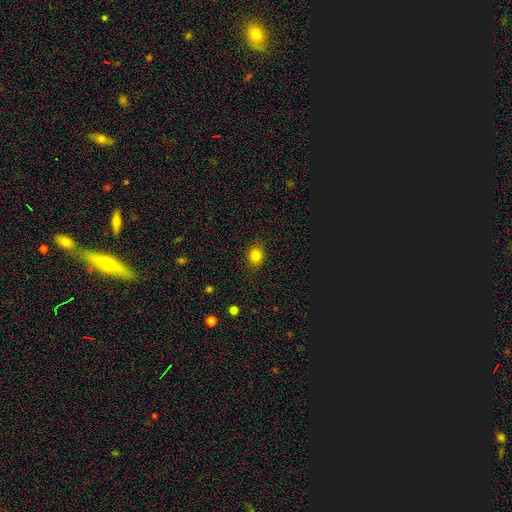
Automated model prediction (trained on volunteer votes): A smooth galaxy with no disk features (82%) that is round (51%).

Vote fractions:
- Smooth or featured? smooth: 82% / star or artifact: 12% / featured or disk: 6%
- How rounded? round: 51% / in between: 48% / cigar-shaped: 1%
- Merging? none: 85% / minor disturbance: 11% / major disturbance: 3% / merger: 1%